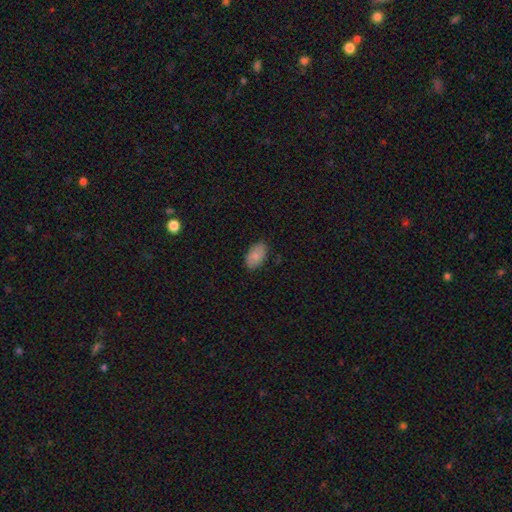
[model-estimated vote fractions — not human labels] Morphology: type=smooth (82%); roundness=in between (93%); merging=none (83%).